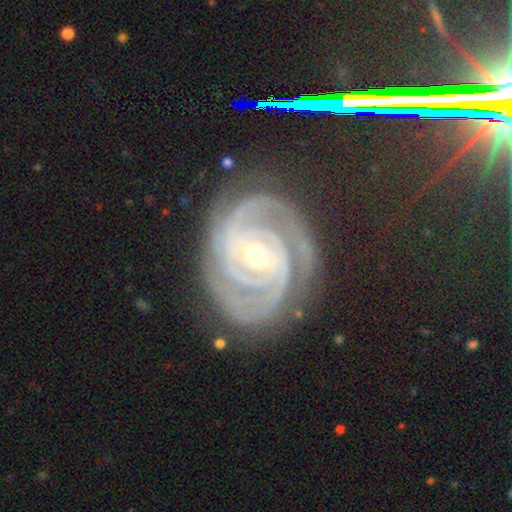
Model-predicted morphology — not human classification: Smooth or featured?
  - featured or disk: 91% *
  - star or artifact: 6%
  - smooth: 3%
Edge-on disk?
  - no: 98% *
  - yes: 2%
Bar?
  - no: 54% *
  - weak: 28%
  - strong: 18%
Spiral arms?
  - yes: 99% *
  - no: 1%
Spiral winding?
  - tight: 82% *
  - medium: 16%
  - loose: 2%
Spiral arm count?
  - 2: 39% *
  - 3: 28%
  - can't tell: 11%
  - 4: 10%
  - more than 4: 6%
  - 1: 6%
Bulge size?
  - small: 56% *
  - moderate: 41%
  - large: 1%
  - none: 1%
  - dominant: 1%
Merging?
  - none: 78% *
  - minor disturbance: 15%
  - major disturbance: 5%
  - merger: 1%